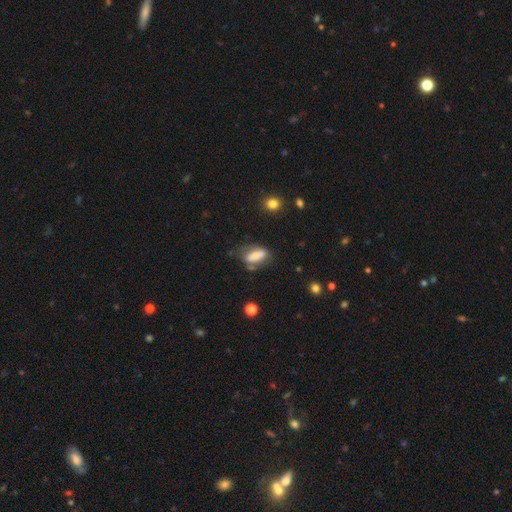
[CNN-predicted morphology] smooth_or_featured: smooth (p=0.63) [alt: featured or disk p=0.29]
how_rounded: in between (p=0.78) [alt: cigar-shaped p=0.18]
merging: none (p=0.54) [alt: minor disturbance p=0.25]